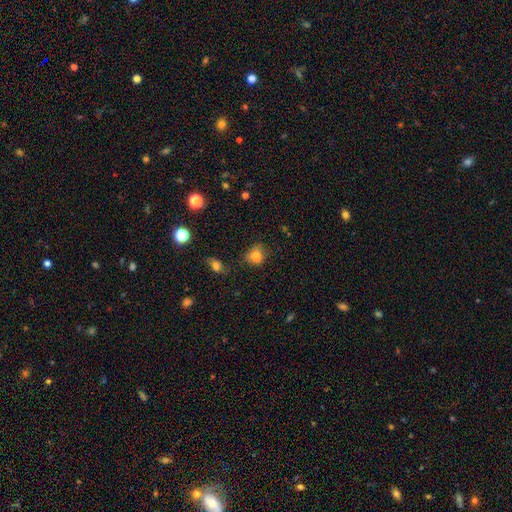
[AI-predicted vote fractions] Smooth or featured? smooth (77%)
How rounded? round (62%)
Merging? none (62%)